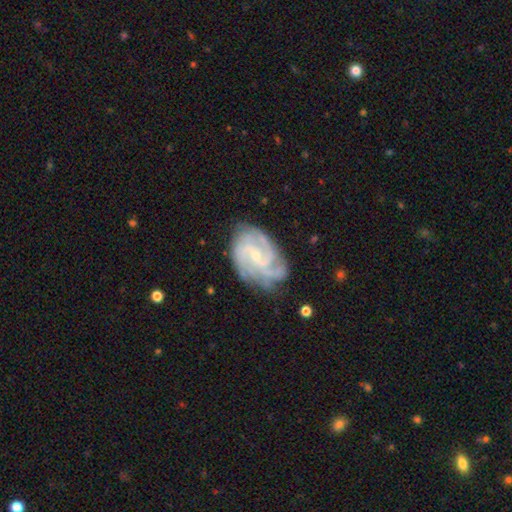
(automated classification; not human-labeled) Overall: featured or disk (88%). Edge-on disk: no (98%). Bar: no (46%; weak 42%). Spiral arms: yes (97%). Spiral arm count: 3 (34%; 4 22%). Spiral winding: tight (51%; medium 40%). Bulge size: small (72%). Merging: none (72%).